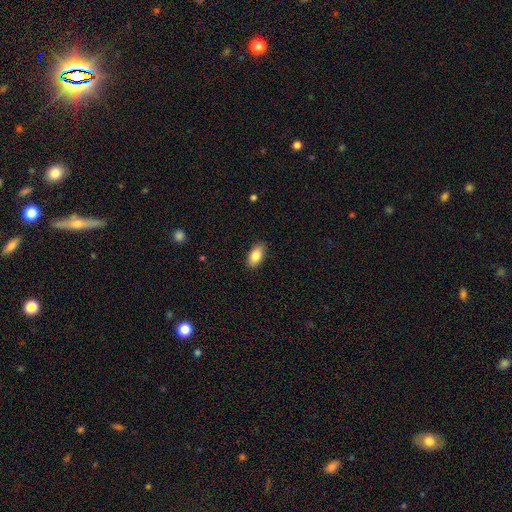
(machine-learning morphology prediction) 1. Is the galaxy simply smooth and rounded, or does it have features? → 86% smooth, 7% featured or disk, 7% star or artifact.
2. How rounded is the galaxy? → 93% in between, 4% cigar-shaped, 4% round.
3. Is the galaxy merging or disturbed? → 87% none, 10% minor disturbance, 2% major disturbance, 1% merger.